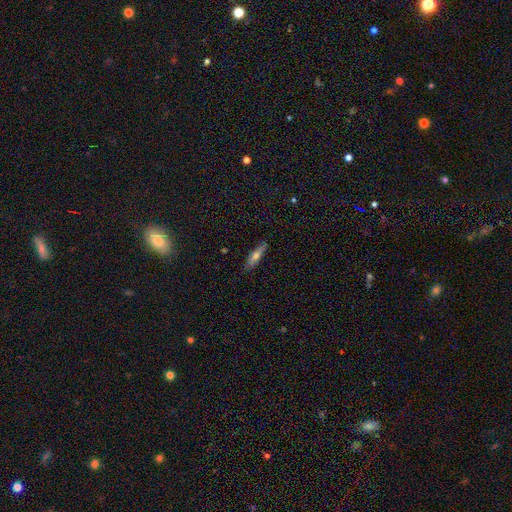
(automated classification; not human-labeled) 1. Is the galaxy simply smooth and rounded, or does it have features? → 61% smooth, 32% featured or disk, 7% star or artifact.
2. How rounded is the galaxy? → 68% cigar-shaped, 30% in between, 2% round.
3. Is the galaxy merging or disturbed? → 85% none, 12% minor disturbance, 2% major disturbance, 1% merger.